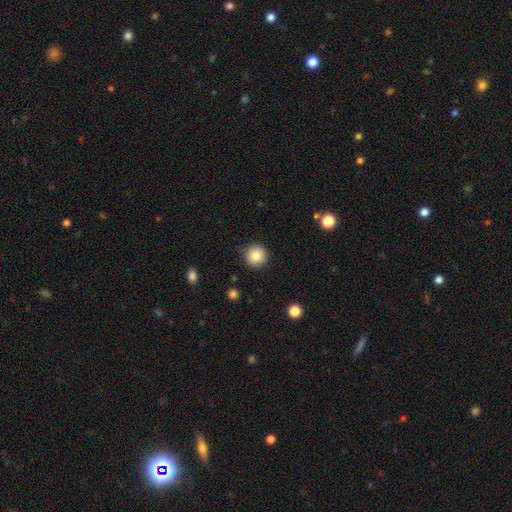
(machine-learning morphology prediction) Smooth or featured? smooth (86%)
How rounded? round (96%)
Merging? none (91%)